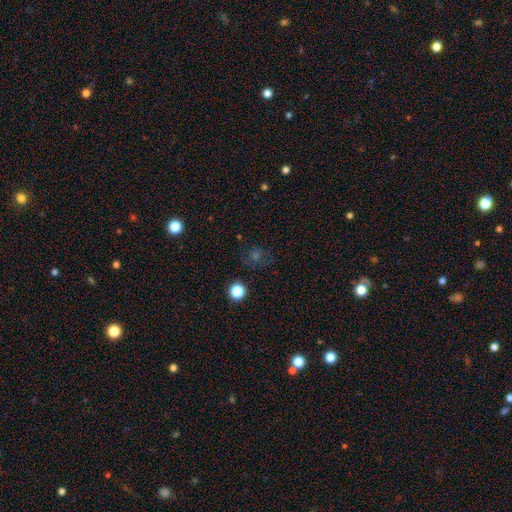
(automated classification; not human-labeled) Q: Smooth or featured?
A: smooth (49%); runner-up: star or artifact (38%)
Q: Merging?
A: none (76%); runner-up: minor disturbance (13%)